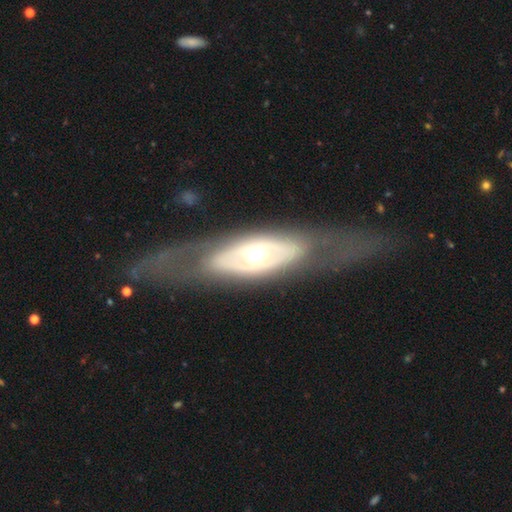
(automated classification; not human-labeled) The model was most divided on "edge-on disk": no: 73%, yes: 27%. More confident: spiral arms — no (84%); bar — no (82%); smooth or featured — featured or disk (71%); merging — none (70%); bulge size — moderate (64%).